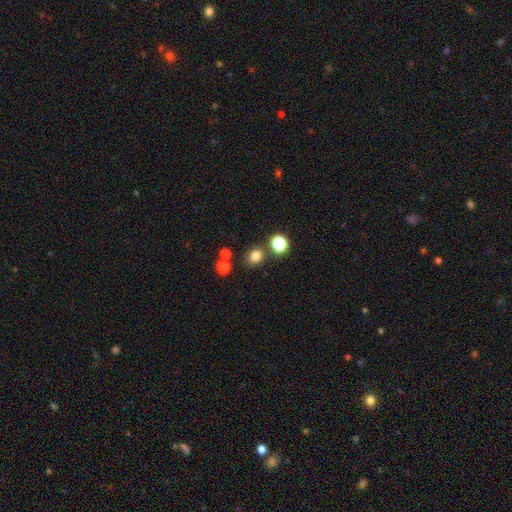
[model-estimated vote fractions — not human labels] smooth-or-featured: smooth: 78% | star or artifact: 16% | featured or disk: 6%
  how-rounded: round: 62% | in between: 37% | cigar-shaped: 1%
  merging: none: 77% | minor disturbance: 10% | merger: 9% | major disturbance: 3%